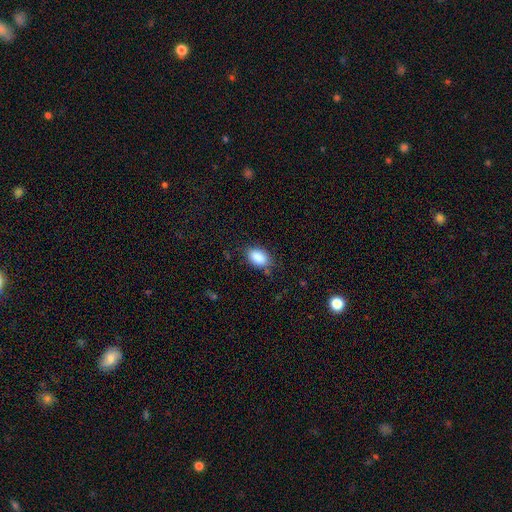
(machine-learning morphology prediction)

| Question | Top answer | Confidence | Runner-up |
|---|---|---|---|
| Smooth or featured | smooth | 88% | star or artifact (8%) |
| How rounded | in between | 86% | round (13%) |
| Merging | none | 79% | minor disturbance (16%) |